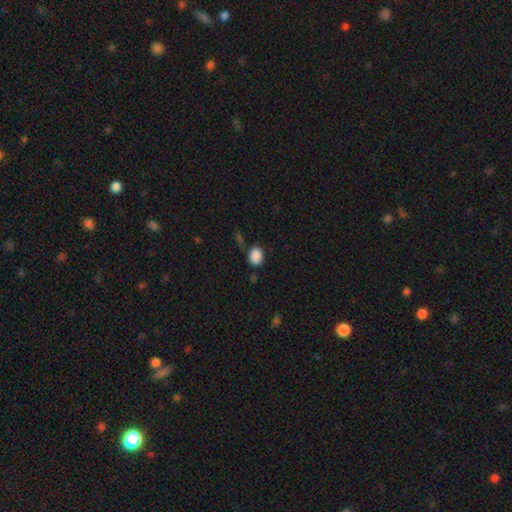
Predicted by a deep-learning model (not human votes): Overall: smooth (87%). How rounded: in between (70%). Merging: none (74%).